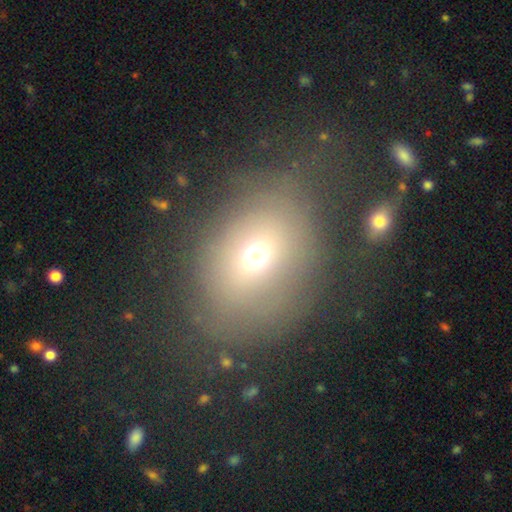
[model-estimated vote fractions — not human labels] A smooth galaxy with no disk features (62%) that is in between round and cigar-shaped (51%). Merging: none (54%).